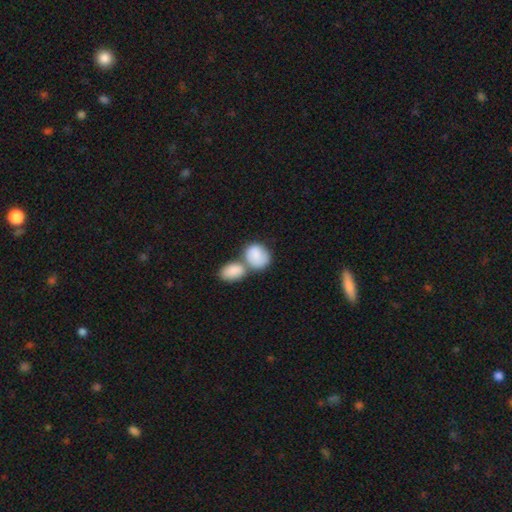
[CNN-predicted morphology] Overall: smooth (81%). How rounded: in between (56%; round 42%). Merging: merger (59%; none 25%).